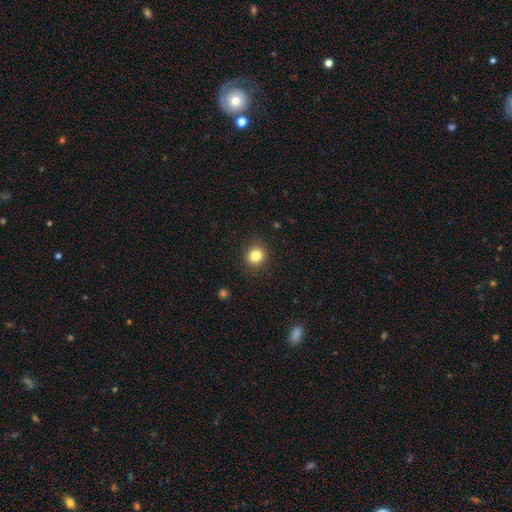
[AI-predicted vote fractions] Q: Smooth or featured?
A: smooth (83%); runner-up: star or artifact (11%)
Q: How rounded?
A: round (82%); runner-up: in between (17%)
Q: Merging?
A: none (90%); runner-up: minor disturbance (7%)